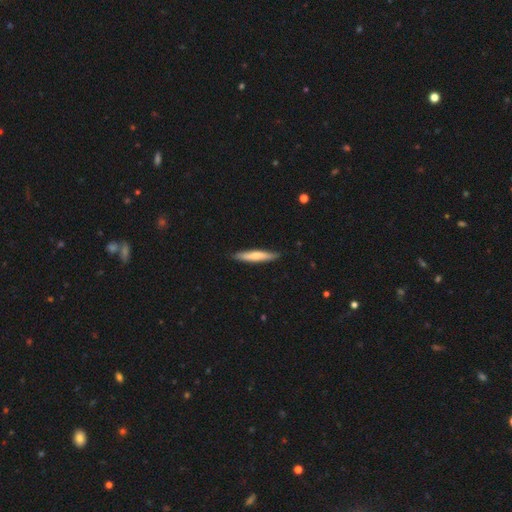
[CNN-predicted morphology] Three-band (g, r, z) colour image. It shows a smooth galaxy with no disk features (62%) that is cigar-shaped (89%). Merging: none (86%).